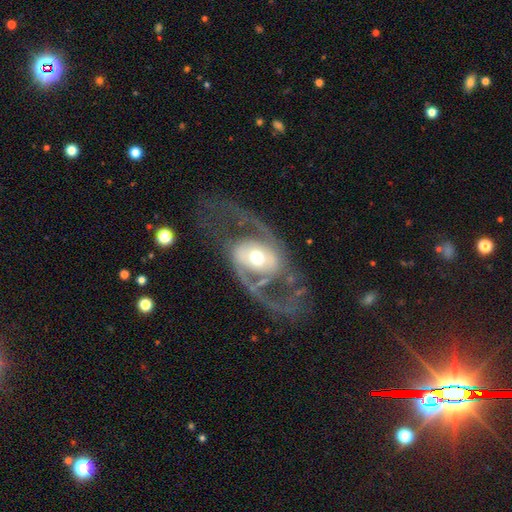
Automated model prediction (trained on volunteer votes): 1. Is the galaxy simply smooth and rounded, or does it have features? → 83% featured or disk, 12% smooth, 5% star or artifact.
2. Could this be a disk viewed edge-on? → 96% no, 4% yes.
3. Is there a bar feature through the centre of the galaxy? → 51% no, 28% weak, 20% strong.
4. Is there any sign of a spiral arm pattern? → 83% yes, 17% no.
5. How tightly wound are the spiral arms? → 51% loose, 38% medium, 12% tight.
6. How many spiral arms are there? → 87% 2, 5% 1, 4% can't tell, 1% 3, 1% 4, 1% more than 4.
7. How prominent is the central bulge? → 68% moderate, 19% large, 10% small, 2% dominant, 1% none.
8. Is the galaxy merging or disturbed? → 54% none, 28% major disturbance, 14% minor disturbance, 4% merger.